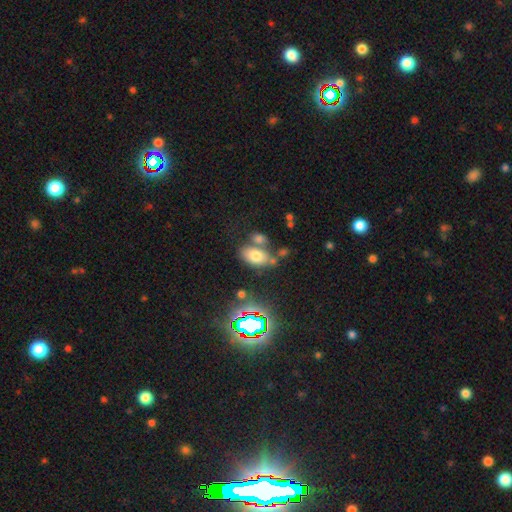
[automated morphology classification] type=smooth (70%); roundness=in between (89%); merging=none (58%).